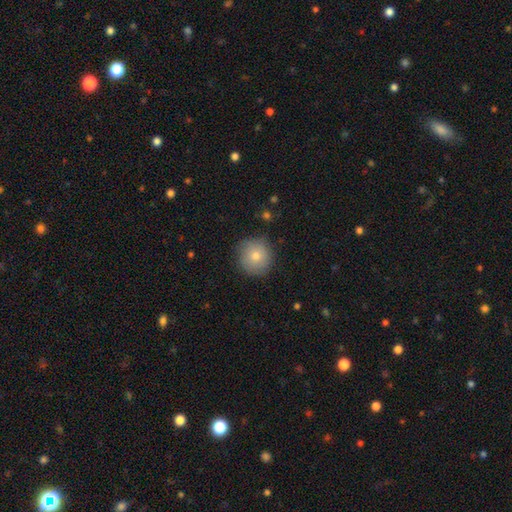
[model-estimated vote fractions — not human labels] Smooth or featured: smooth — 73% (featured or disk — 16%)
How rounded: round — 93% (in between — 6%)
Merging: none — 85% (minor disturbance — 11%)